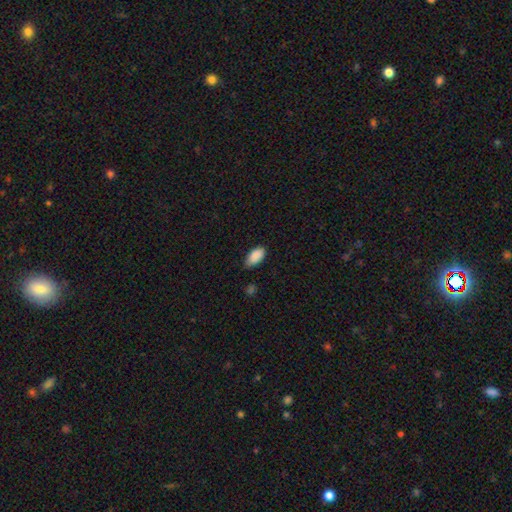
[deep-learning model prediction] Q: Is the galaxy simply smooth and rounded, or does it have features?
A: smooth — 89%.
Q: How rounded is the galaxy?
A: in between — 94%.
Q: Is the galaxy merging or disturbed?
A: none — 70%.